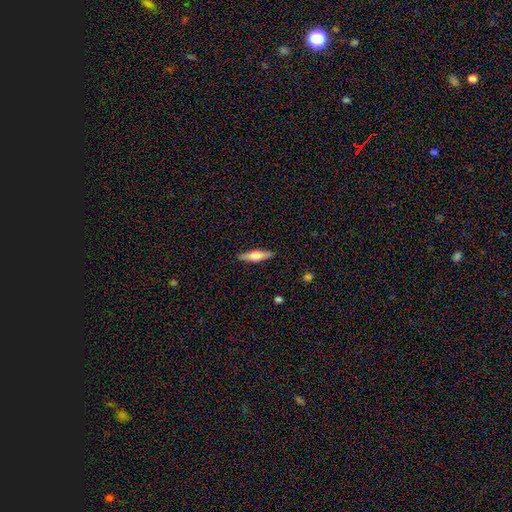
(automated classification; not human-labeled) Q: Smooth or featured?
A: smooth (58%); runner-up: featured or disk (36%)
Q: How rounded?
A: cigar-shaped (68%); runner-up: in between (30%)
Q: Merging?
A: none (88%); runner-up: minor disturbance (9%)